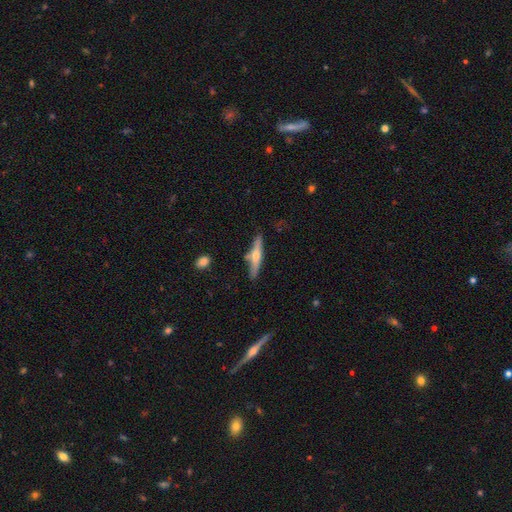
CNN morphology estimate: smooth_or_featured: featured or disk (p=0.58) [alt: smooth p=0.36]
disk_edge_on: yes (p=0.94) [alt: no p=0.06]
edge_on_bulge: rounded (p=0.91) [alt: none p=0.05]
merging: none (p=0.77) [alt: minor disturbance p=0.14]